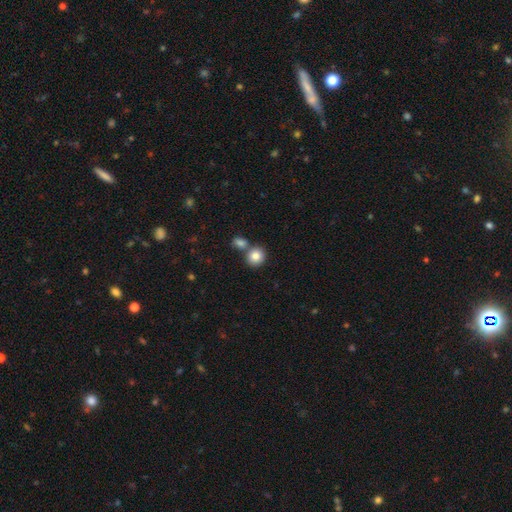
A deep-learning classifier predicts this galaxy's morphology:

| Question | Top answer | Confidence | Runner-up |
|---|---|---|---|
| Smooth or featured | smooth | 84% | star or artifact (9%) |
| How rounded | round | 80% | in between (19%) |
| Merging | none | 60% | merger (29%) |